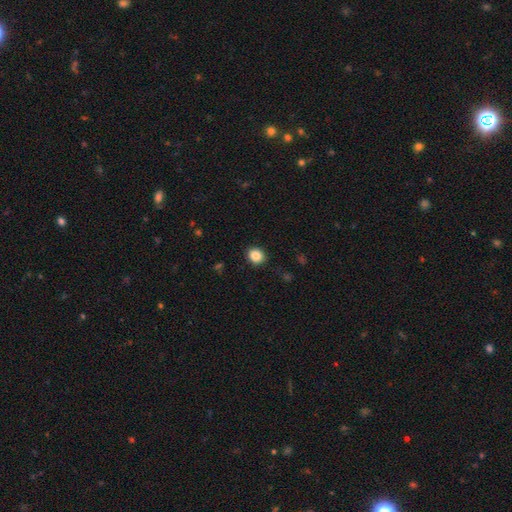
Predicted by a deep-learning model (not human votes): A smooth galaxy with no disk features (86%) that is round (75%).

Vote fractions:
- Smooth or featured? smooth: 86% / star or artifact: 10% / featured or disk: 4%
- How rounded? round: 75% / in between: 24% / cigar-shaped: 1%
- Merging? none: 90% / minor disturbance: 7% / major disturbance: 2% / merger: 1%